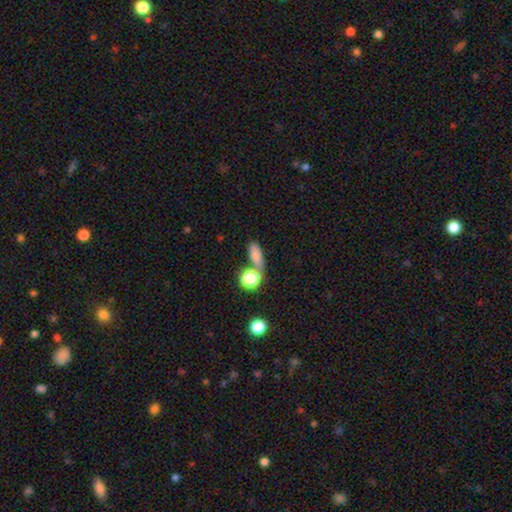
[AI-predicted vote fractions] Smooth or featured? Predicted: smooth (p=0.75). How rounded? Predicted: in between (p=0.61). Merging? Predicted: none (p=0.56).